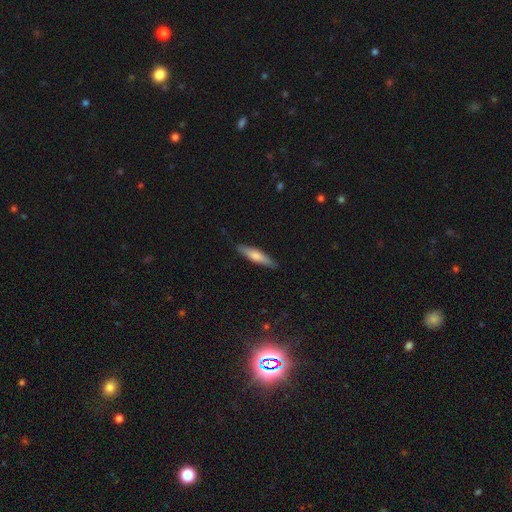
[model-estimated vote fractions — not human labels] Smooth or featured: smooth — 65% (featured or disk — 29%)
How rounded: cigar-shaped — 80% (in between — 18%)
Merging: none — 86% (minor disturbance — 11%)